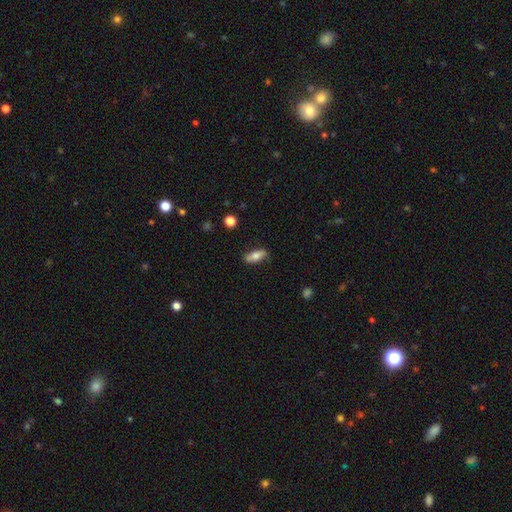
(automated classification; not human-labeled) Smooth or featured: smooth — 66% (featured or disk — 27%)
How rounded: in between — 73% (cigar-shaped — 23%)
Merging: none — 77% (minor disturbance — 18%)